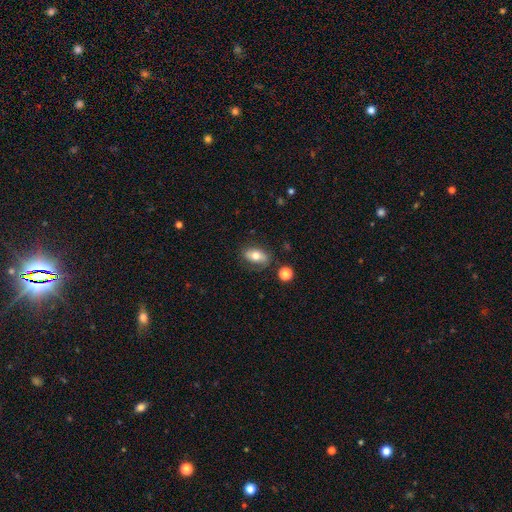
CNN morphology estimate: type=smooth (68%); roundness=in between (87%); merging=none (72%).